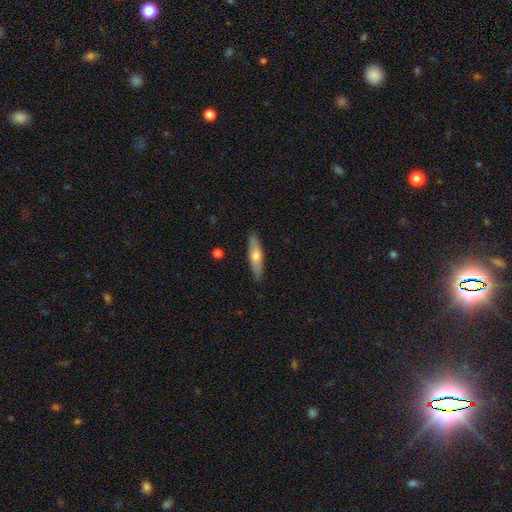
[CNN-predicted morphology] A smooth galaxy with no disk features (61%) that is cigar-shaped (70%).

Vote fractions:
- Smooth or featured? smooth: 61% / featured or disk: 34% / star or artifact: 6%
- How rounded? cigar-shaped: 70% / in between: 28% / round: 2%
- Merging? none: 86% / minor disturbance: 11% / major disturbance: 2% / merger: 1%